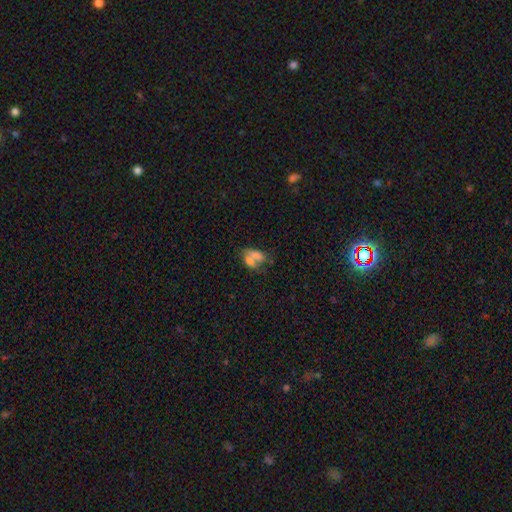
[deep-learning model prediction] Morphology: type=smooth (66%); roundness=in between (81%); merging=merger (60%).